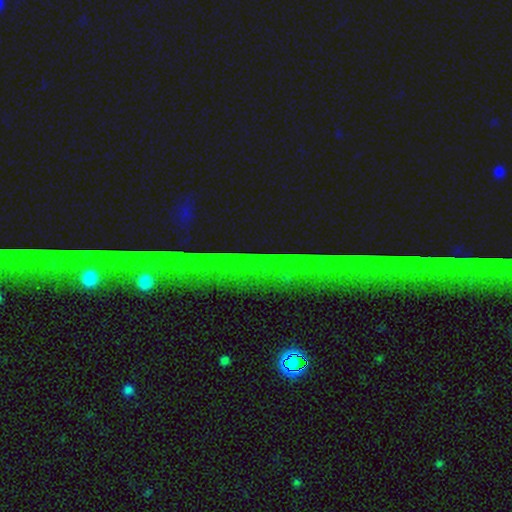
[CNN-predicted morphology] This appears to be a star or artifact, not a galaxy (82%).